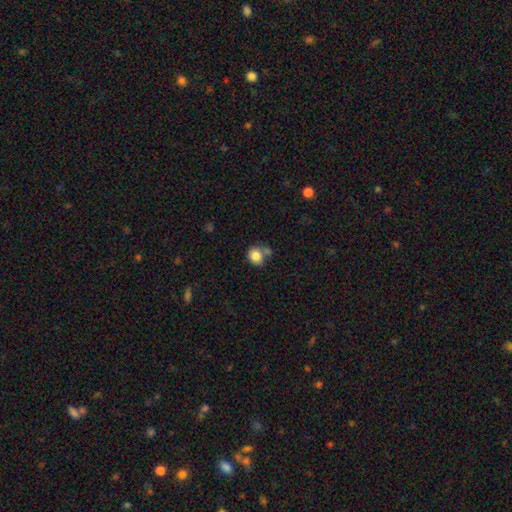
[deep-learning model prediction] Smooth or featured: smooth — 83% (star or artifact — 9%)
How rounded: round — 68% (in between — 32%)
Merging: none — 53% (merger — 24%)